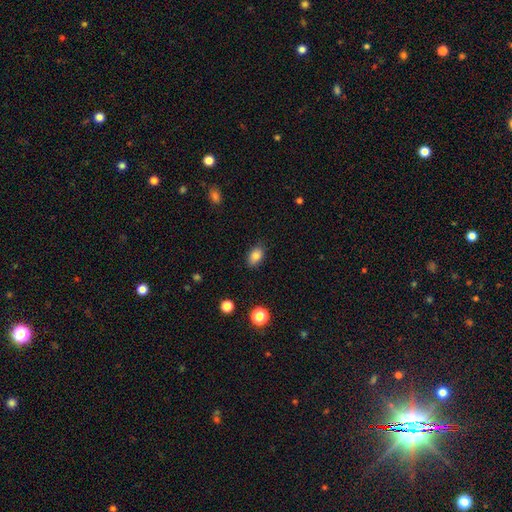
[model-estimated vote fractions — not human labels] smooth 82%, star or artifact 10%, featured or disk 8%. Down the decision tree: how rounded — in between (85%); merging — none (84%).